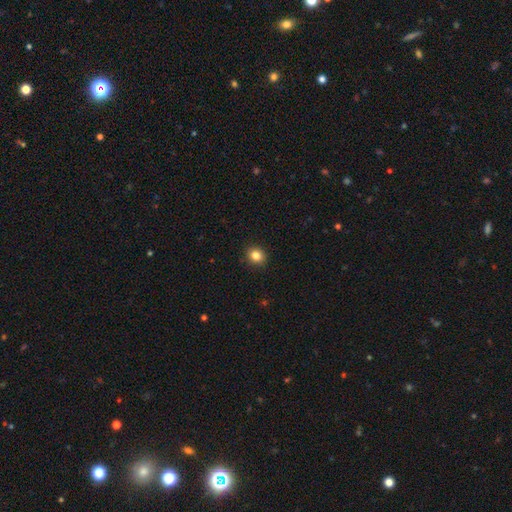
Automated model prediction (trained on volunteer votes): Morphology: type=smooth (84%); roundness=round (74%); merging=none (91%).